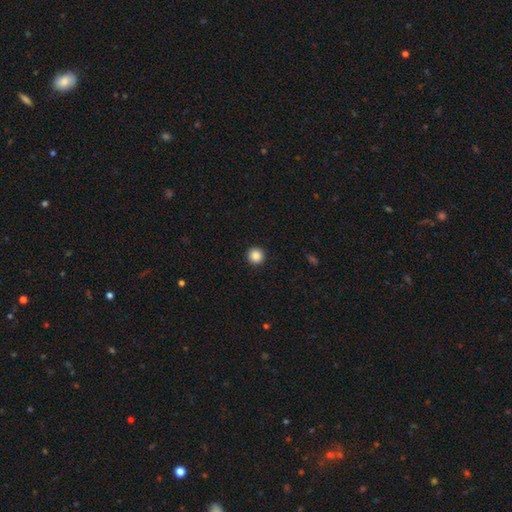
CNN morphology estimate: Smooth or featured: smooth — 87% (star or artifact — 10%)
How rounded: round — 96% (in between — 3%)
Merging: none — 94% (minor disturbance — 4%)